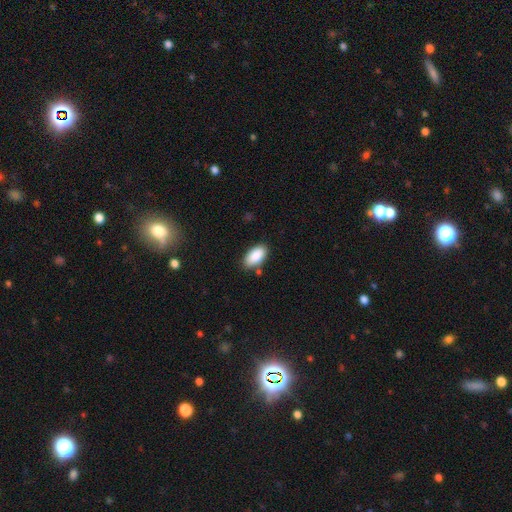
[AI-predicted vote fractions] Smooth or featured? smooth (89%)
How rounded? in between (95%)
Merging? none (81%)